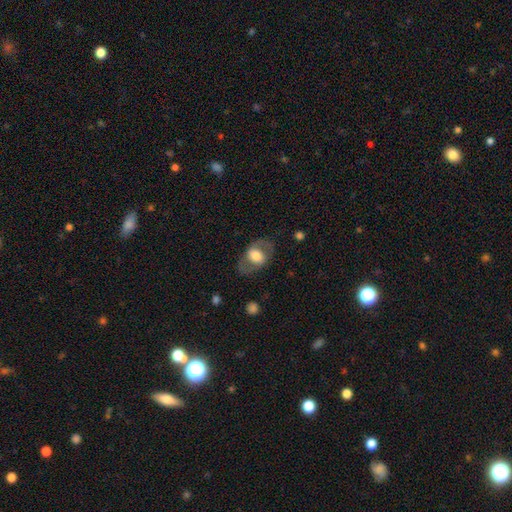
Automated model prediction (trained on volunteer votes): Smooth or featured? smooth (51%)
How rounded? in between (74%)
Merging? none (69%)